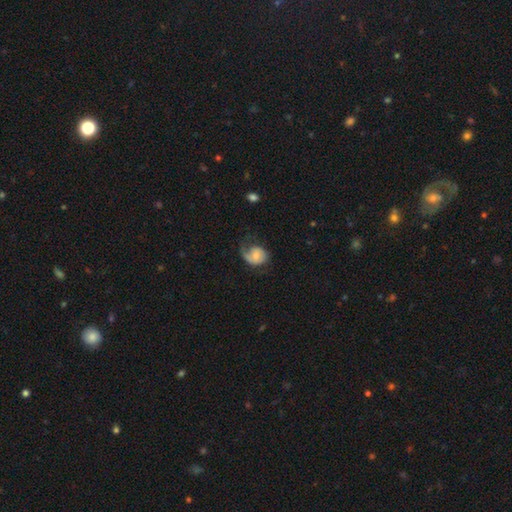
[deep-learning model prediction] Morphology: type=featured or disk (55%); edge-on=no (97%); bar=no (68%); spiral arms=yes (85%); bulge=small (46%); merging=none (40%).